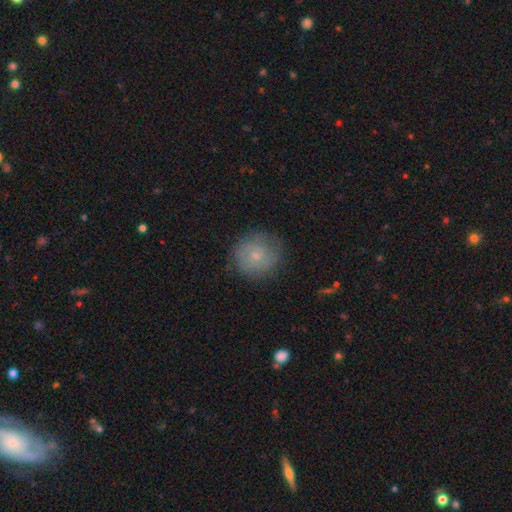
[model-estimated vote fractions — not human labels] Smooth or featured? smooth (56%)
How rounded? round (92%)
Merging? none (79%)